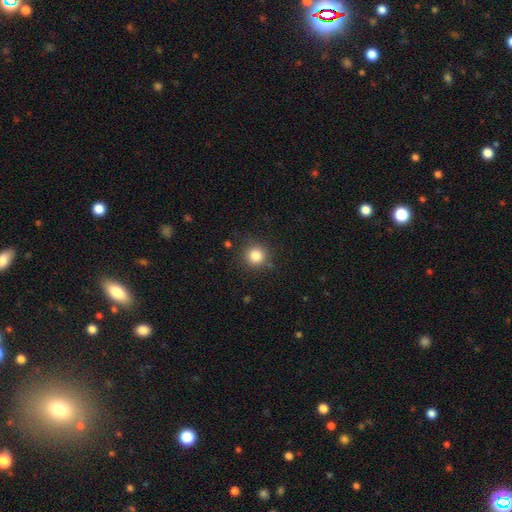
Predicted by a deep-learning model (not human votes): smooth 83%, star or artifact 11%, featured or disk 5%. Down the decision tree: how rounded — round (94%); merging — none (86%).